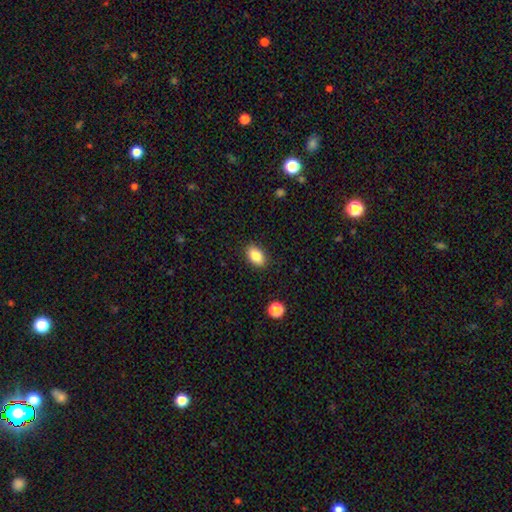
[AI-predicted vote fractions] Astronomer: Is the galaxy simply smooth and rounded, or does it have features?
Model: smooth — 86%.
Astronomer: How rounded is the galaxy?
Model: in between — 90%.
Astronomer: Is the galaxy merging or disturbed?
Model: none — 88%.